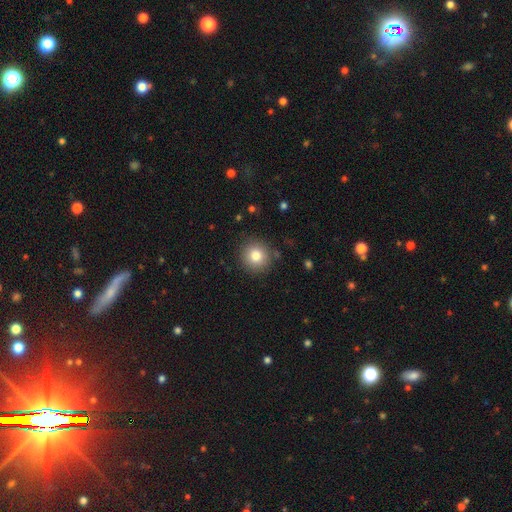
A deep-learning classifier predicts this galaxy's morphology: A smooth galaxy with no disk features (80%) that is round (93%). Merging: none (89%).